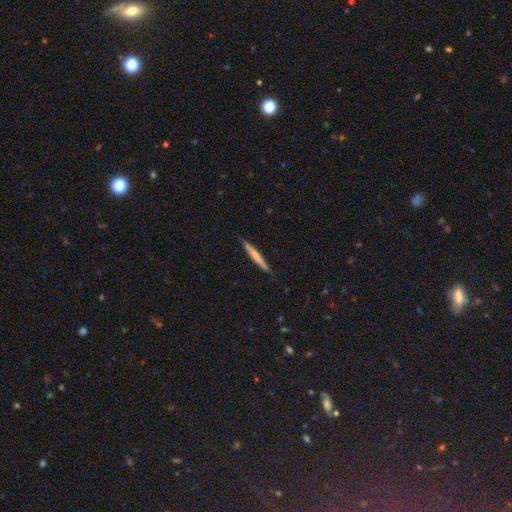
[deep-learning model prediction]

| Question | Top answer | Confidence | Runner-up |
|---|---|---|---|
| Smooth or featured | smooth | 60% | featured or disk (34%) |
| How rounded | cigar-shaped | 96% | in between (3%) |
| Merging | none | 90% | minor disturbance (8%) |